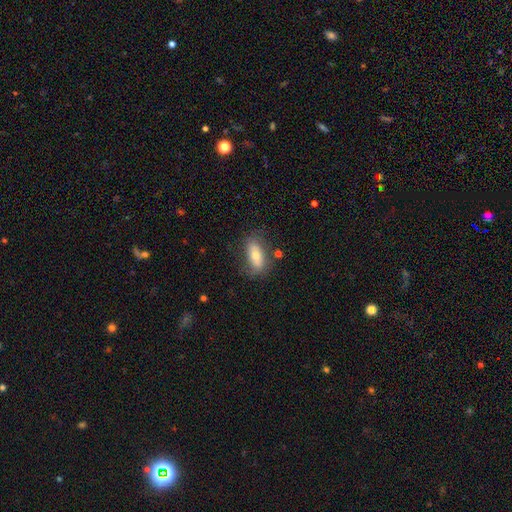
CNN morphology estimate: A smooth galaxy with no disk features (64%) that is in between round and cigar-shaped (76%).

Vote fractions:
- Smooth or featured? smooth: 64% / featured or disk: 28% / star or artifact: 8%
- How rounded? in between: 76% / cigar-shaped: 20% / round: 4%
- Merging? none: 70% / minor disturbance: 20% / major disturbance: 7% / merger: 3%